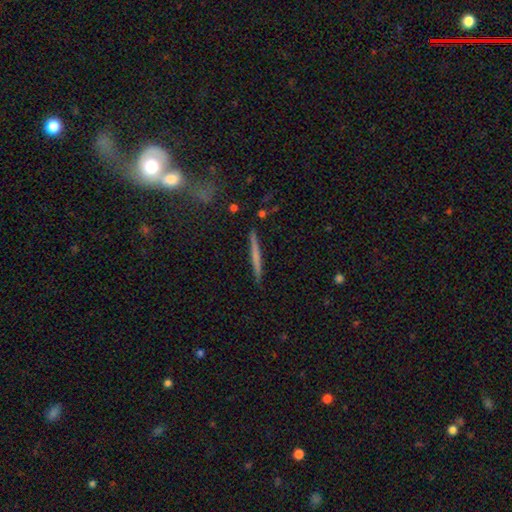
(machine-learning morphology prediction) type=smooth (51%); roundness=cigar-shaped (96%); merging=none (90%).